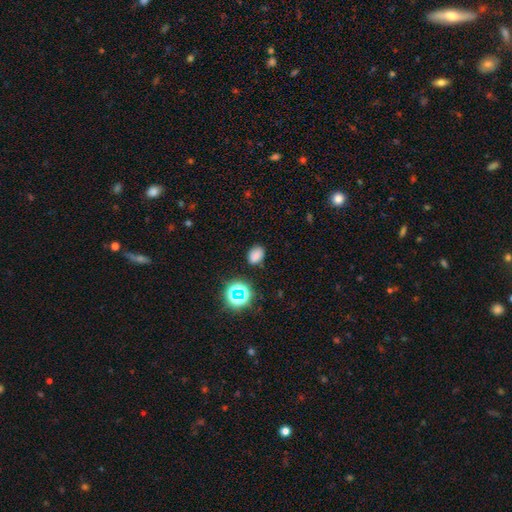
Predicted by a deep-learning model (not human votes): This is likely a smooth galaxy (73%). How rounded: likely in between (69%). Merging: likely none (79%).